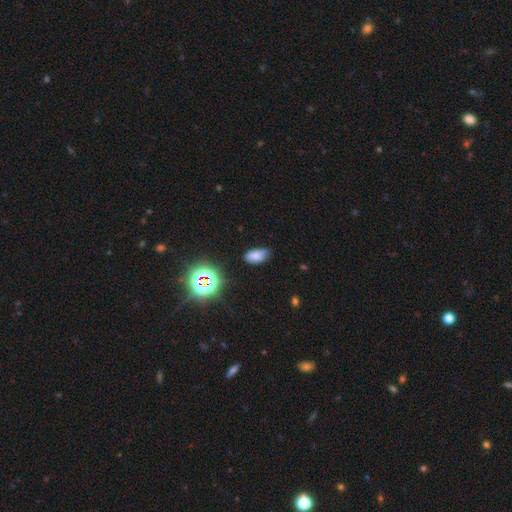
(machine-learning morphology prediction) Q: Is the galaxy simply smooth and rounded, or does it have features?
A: smooth — 71%.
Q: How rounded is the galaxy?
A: in between — 92%.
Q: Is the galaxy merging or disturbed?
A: none — 65%.